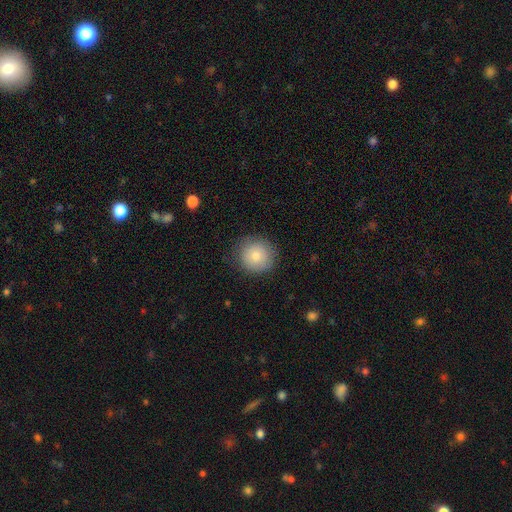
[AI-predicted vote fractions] Smooth or featured? smooth (80%)
How rounded? round (92%)
Merging? none (83%)